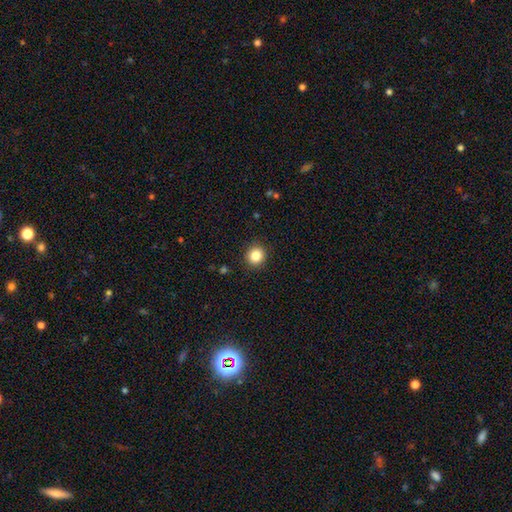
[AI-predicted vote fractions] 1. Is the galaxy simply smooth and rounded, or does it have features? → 84% smooth, 11% star or artifact, 5% featured or disk.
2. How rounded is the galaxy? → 91% round, 8% in between, 1% cigar-shaped.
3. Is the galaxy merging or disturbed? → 92% none, 6% minor disturbance, 2% major disturbance, 1% merger.